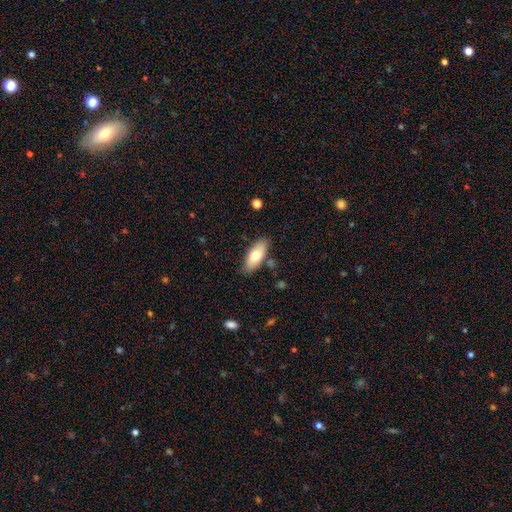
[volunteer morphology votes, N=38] A smooth galaxy with no disk features (71%) that is in between round and cigar-shaped (81%). Merging: none (83%).